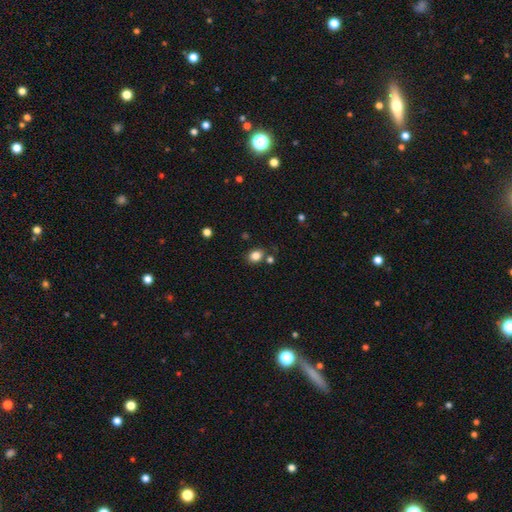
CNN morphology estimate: Overall: smooth (84%). How rounded: in between (53%; round 46%). Merging: none (75%).